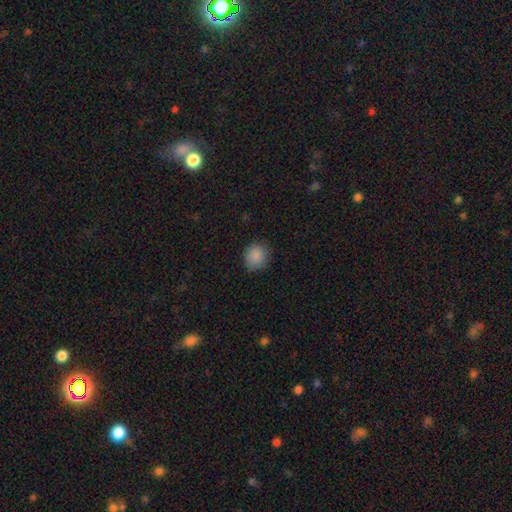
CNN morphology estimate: smooth 88%, star or artifact 9%, featured or disk 3%. Down the decision tree: how rounded — round (86%); merging — none (85%).